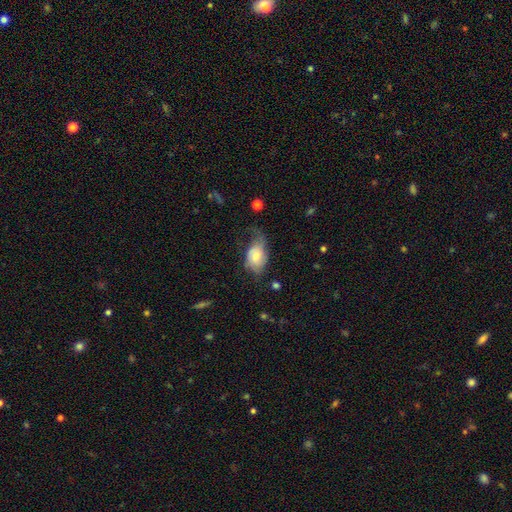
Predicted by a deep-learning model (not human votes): smooth_or_featured: smooth (p=0.59) [alt: featured or disk p=0.34]
how_rounded: in between (p=0.86) [alt: round p=0.12]
merging: major disturbance (p=0.35) [alt: minor disturbance p=0.34]